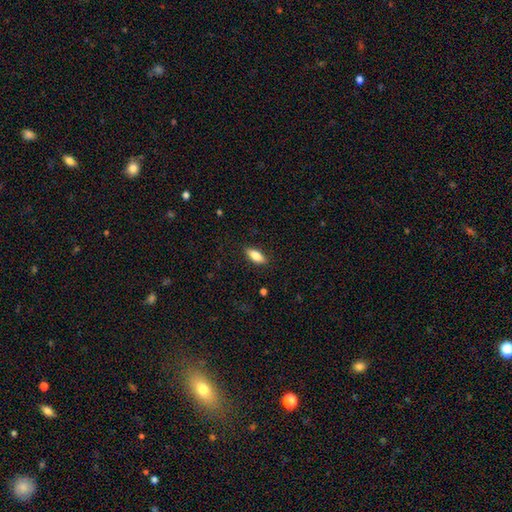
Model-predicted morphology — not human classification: smooth_or_featured: smooth (p=0.80) [alt: featured or disk p=0.13]
how_rounded: in between (p=0.76) [alt: cigar-shaped p=0.22]
merging: none (p=0.87) [alt: minor disturbance p=0.10]